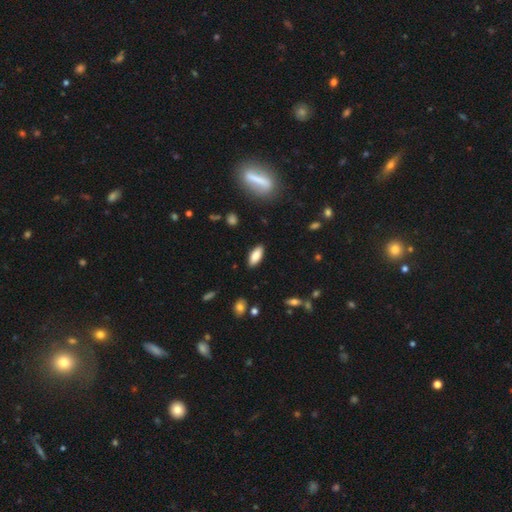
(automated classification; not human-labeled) Smooth or featured? smooth (84%)
How rounded? in between (79%)
Merging? none (87%)